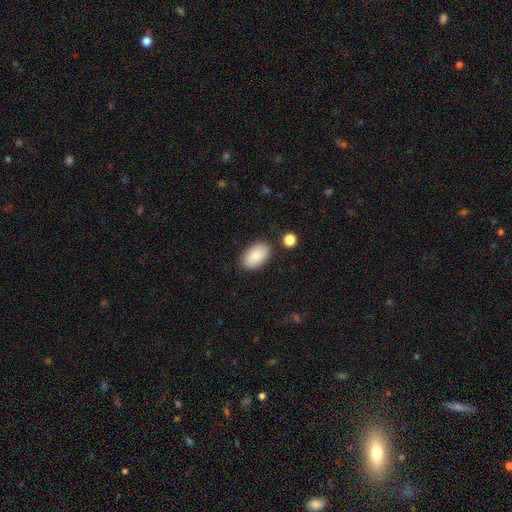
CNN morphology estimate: type=smooth (82%); roundness=in between (93%); merging=none (83%).